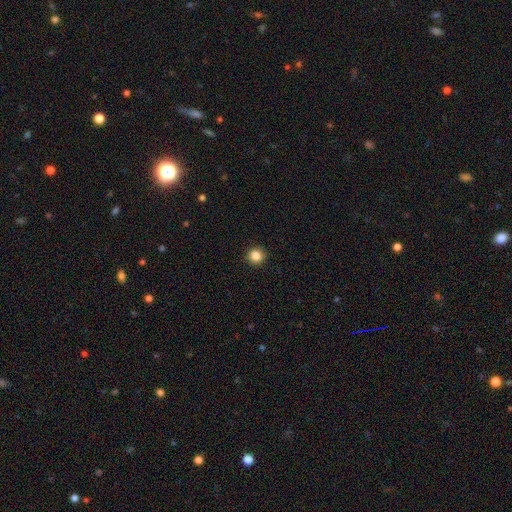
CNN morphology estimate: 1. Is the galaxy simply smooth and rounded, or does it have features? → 85% smooth, 11% star or artifact, 4% featured or disk.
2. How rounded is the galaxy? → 94% round, 5% in between, 1% cigar-shaped.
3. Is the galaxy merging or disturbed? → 93% none, 5% minor disturbance, 2% major disturbance, 1% merger.